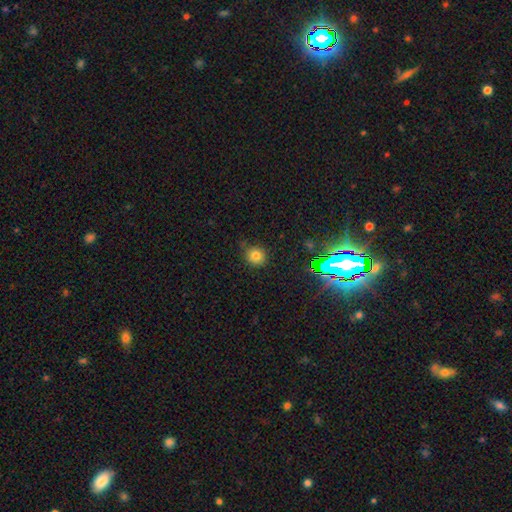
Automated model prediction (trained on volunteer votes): Smooth or featured? Predicted: smooth (p=0.74). How rounded? Predicted: round (p=0.86). Merging? Predicted: none (p=0.80).